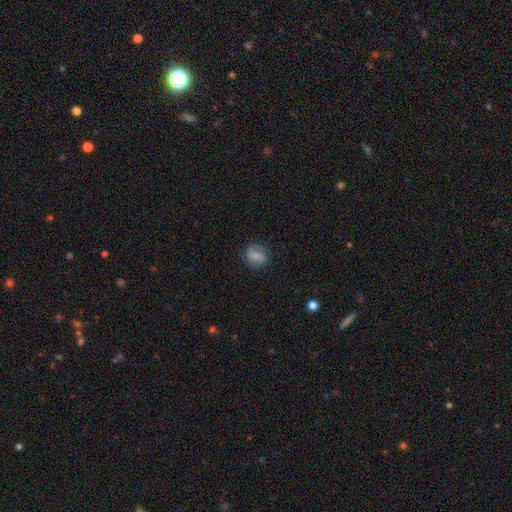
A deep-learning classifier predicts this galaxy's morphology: Smooth or featured?
  - smooth: 59% *
  - featured or disk: 32%
  - star or artifact: 9%
How rounded?
  - round: 70% *
  - in between: 29%
  - cigar-shaped: 1%
Merging?
  - none: 76% *
  - minor disturbance: 16%
  - major disturbance: 6%
  - merger: 1%